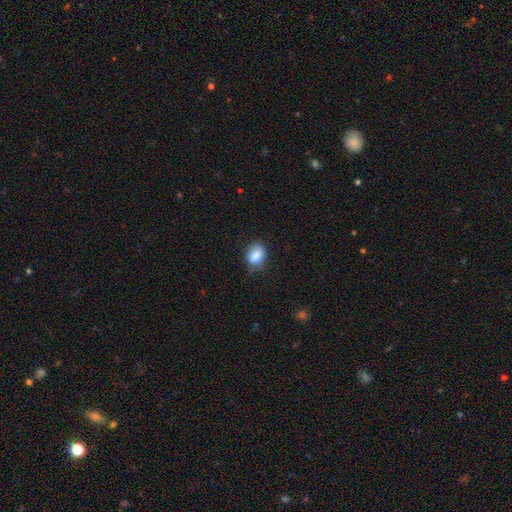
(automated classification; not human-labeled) This appears to be a smooth galaxy with no disk features (85%) that is in between round and cigar-shaped (75%). Merging: none (69%).